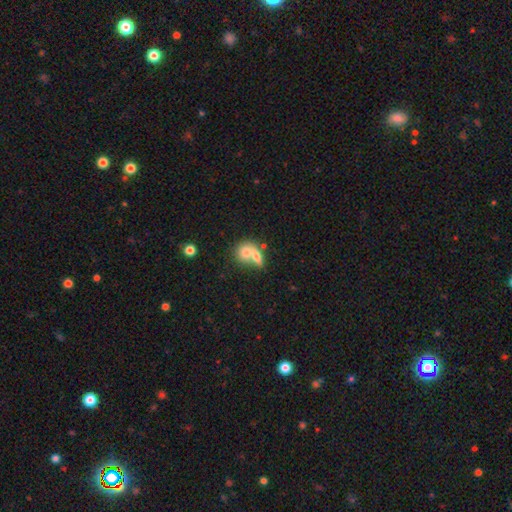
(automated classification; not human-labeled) Q: Smooth or featured?
A: smooth (73%); runner-up: featured or disk (19%)
Q: How rounded?
A: in between (52%); runner-up: round (43%)
Q: Merging?
A: merger (68%); runner-up: none (21%)